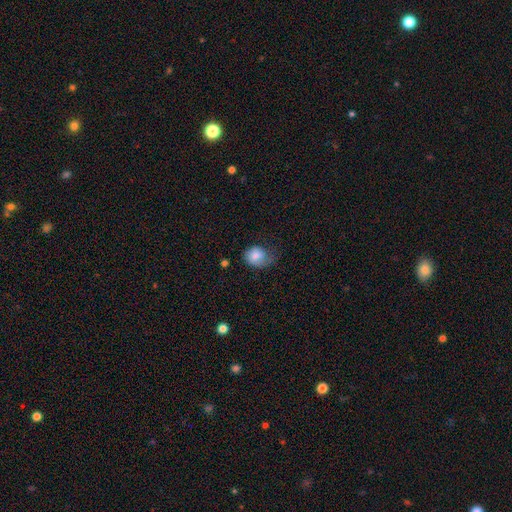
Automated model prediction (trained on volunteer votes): Smooth or featured: smooth — 77% (featured or disk — 16%)
How rounded: round — 50% (in between — 49%)
Merging: none — 35% (minor disturbance — 34%)